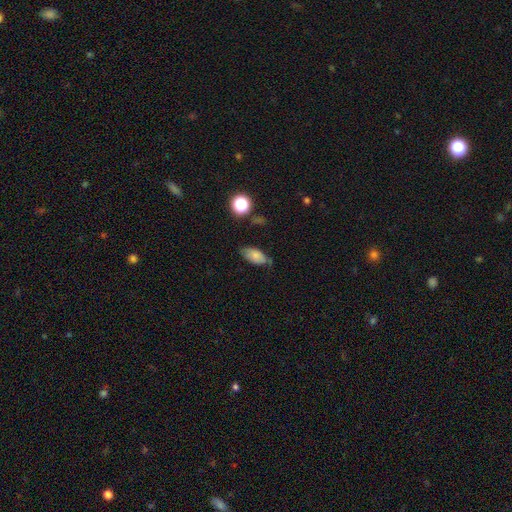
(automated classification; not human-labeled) Q: Smooth or featured?
A: smooth (79%); runner-up: featured or disk (11%)
Q: How rounded?
A: in between (91%); runner-up: round (5%)
Q: Merging?
A: none (61%); runner-up: minor disturbance (28%)